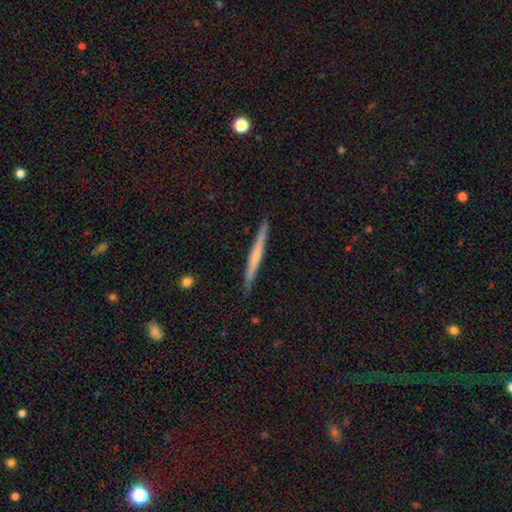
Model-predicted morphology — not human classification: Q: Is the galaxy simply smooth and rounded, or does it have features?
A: featured or disk — 51%.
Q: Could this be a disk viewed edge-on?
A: yes — 97%.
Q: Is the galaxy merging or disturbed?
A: none — 89%.